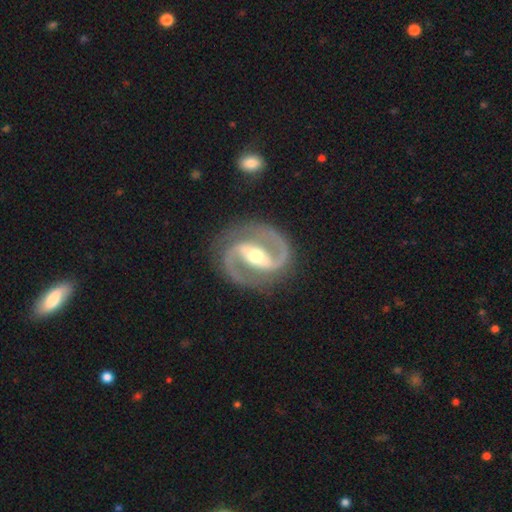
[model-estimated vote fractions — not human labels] Morphology: type=featured or disk (94%); edge-on=no (98%); bar=strong (59%); spiral arms=yes (98%); winding=medium (64%); arm count=2 (95%); bulge=moderate (68%); merging=none (86%).